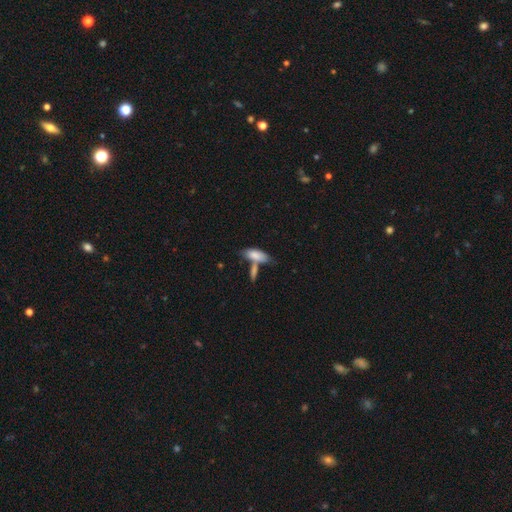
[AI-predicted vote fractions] smooth 80%, featured or disk 13%, star or artifact 7%. Down the decision tree: how rounded — in between (75%); merging — none (43%).